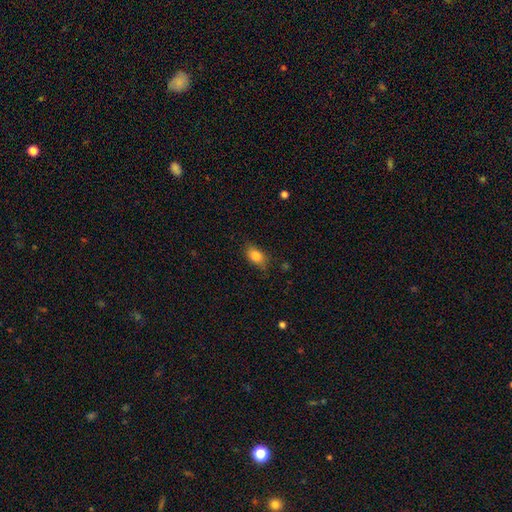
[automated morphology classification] The model was most divided on "merging": none: 75%, minor disturbance: 19%, major disturbance: 5%, merger: 1%. More confident: smooth or featured — smooth (85%); how rounded — in between (84%).